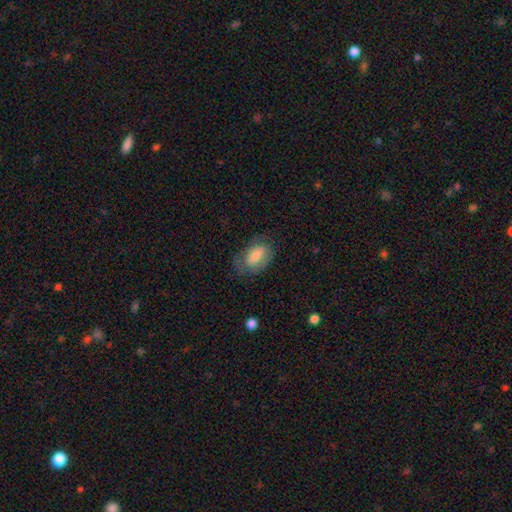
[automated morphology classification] Smooth or featured? Predicted: smooth (p=0.66). How rounded? Predicted: in between (p=0.89). Merging? Predicted: none (p=0.65).